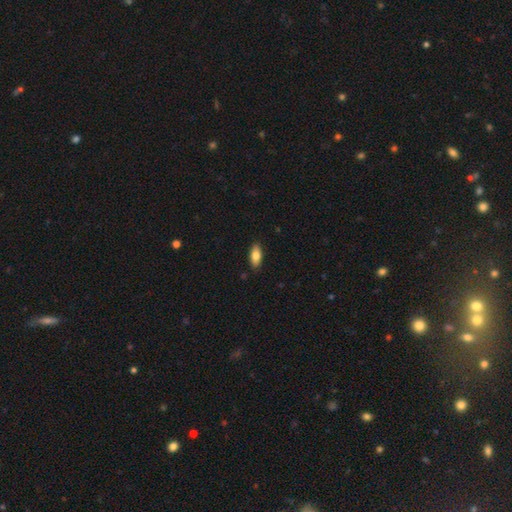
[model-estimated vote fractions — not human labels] The model was most divided on "smooth or featured": smooth: 82%, featured or disk: 11%, star or artifact: 7%. More confident: merging — none (87%); how rounded — in between (87%).